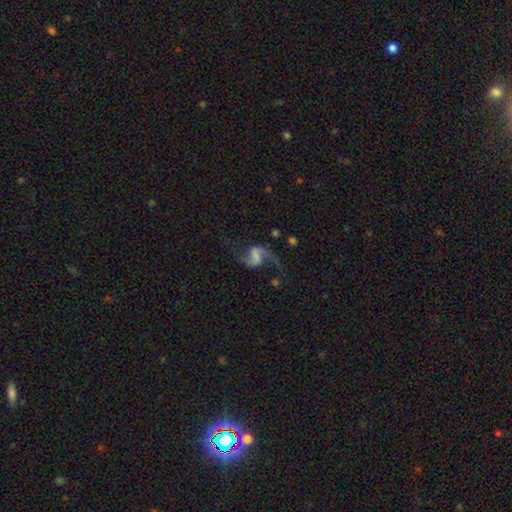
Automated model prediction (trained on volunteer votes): Smooth or featured?
  - featured or disk: 84% *
  - smooth: 9%
  - star or artifact: 7%
Edge-on disk?
  - no: 98% *
  - yes: 2%
Bar?
  - weak: 42% *
  - strong: 31%
  - no: 27%
Spiral arms?
  - yes: 95% *
  - no: 5%
Spiral winding?
  - loose: 79% *
  - medium: 18%
  - tight: 3%
Spiral arm count?
  - 2: 89% *
  - 1: 7%
  - can't tell: 1%
  - 3: 1%
  - 4: 1%
  - more than 4: 1%
Bulge size?
  - none: 63% *
  - small: 16%
  - moderate: 10%
  - large: 8%
  - dominant: 3%
Merging?
  - none: 62% *
  - major disturbance: 19%
  - minor disturbance: 15%
  - merger: 4%